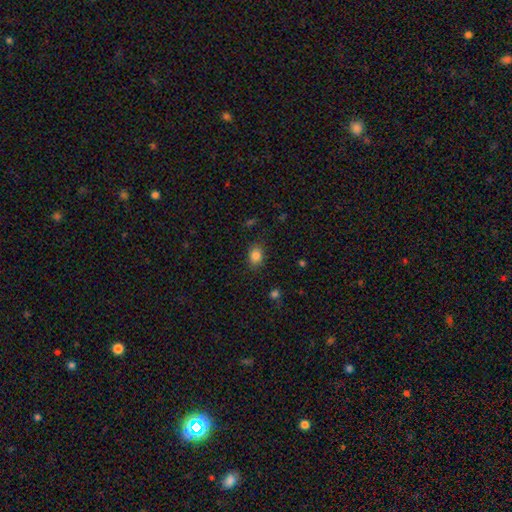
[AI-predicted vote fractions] A smooth galaxy with no disk features (84%) that is in between round and cigar-shaped (64%). Merging: none (83%).